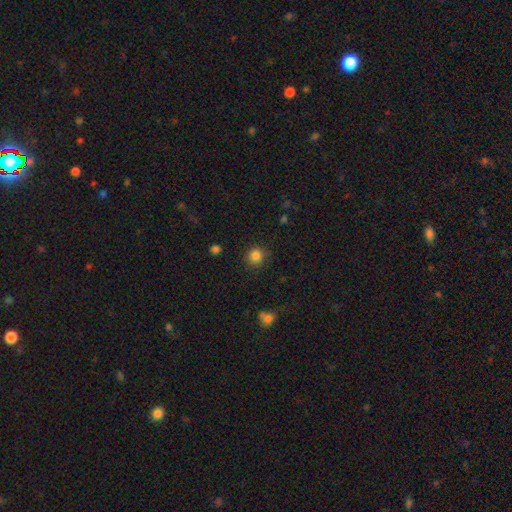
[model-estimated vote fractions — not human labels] This is clearly a smooth galaxy (84%). How rounded: clearly round (91%). Merging: clearly none (86%).